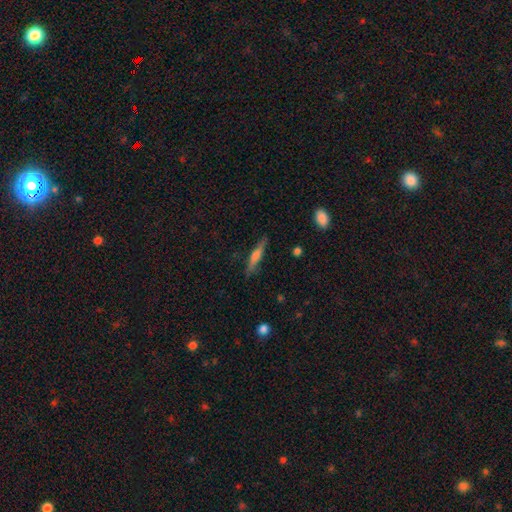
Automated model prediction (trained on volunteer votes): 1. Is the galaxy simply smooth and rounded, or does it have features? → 56% smooth, 38% featured or disk, 6% star or artifact.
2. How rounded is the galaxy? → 89% cigar-shaped, 9% in between, 2% round.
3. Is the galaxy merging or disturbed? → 84% none, 12% minor disturbance, 2% major disturbance, 1% merger.